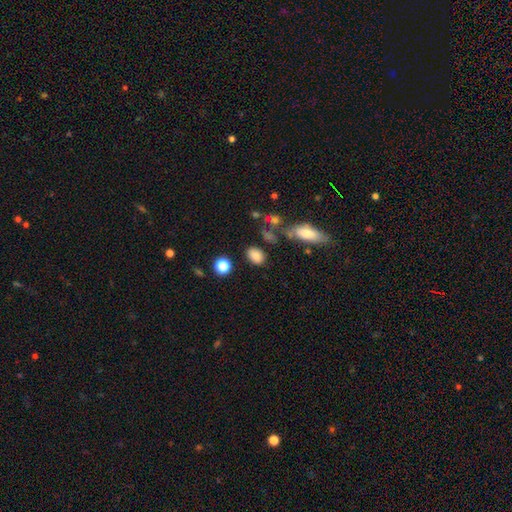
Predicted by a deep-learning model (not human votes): Smooth or featured?
  - smooth: 84% *
  - star or artifact: 10%
  - featured or disk: 6%
How rounded?
  - in between: 75% *
  - round: 23%
  - cigar-shaped: 2%
Merging?
  - none: 77% *
  - minor disturbance: 13%
  - merger: 5%
  - major disturbance: 4%